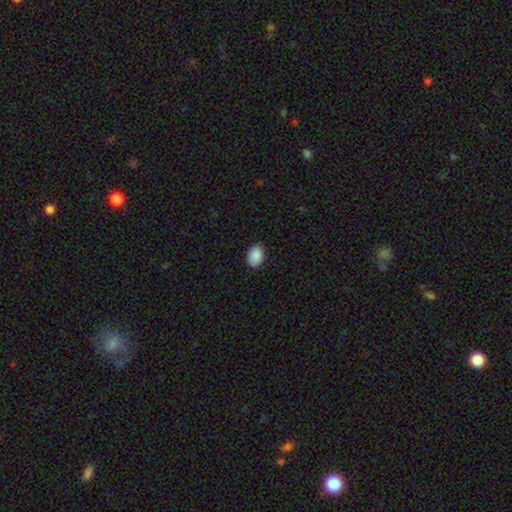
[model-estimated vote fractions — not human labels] Smooth or featured: smooth — 89% (star or artifact — 7%)
How rounded: in between — 82% (round — 17%)
Merging: none — 85% (minor disturbance — 12%)